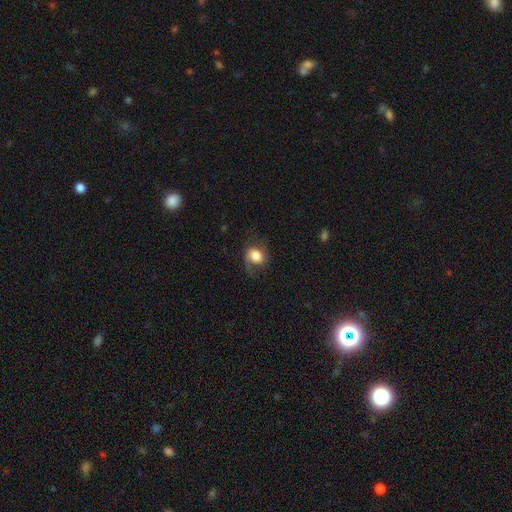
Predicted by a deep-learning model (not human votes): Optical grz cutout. It shows a smooth galaxy with no disk features (66%) that is in between round and cigar-shaped (50%). Merging: none (59%).